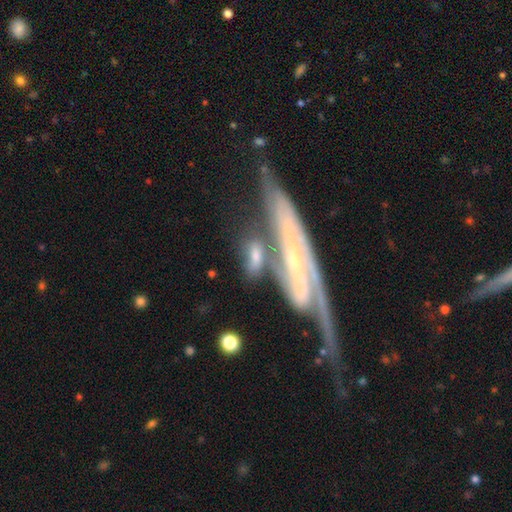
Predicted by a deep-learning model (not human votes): A smooth galaxy with no disk features (50%) that is in between round and cigar-shaped (54%).

Vote fractions:
- Smooth or featured? smooth: 50% / featured or disk: 42% / star or artifact: 8%
- How rounded? in between: 54% / cigar-shaped: 34% / round: 12%
- Merging? none: 48% / merger: 25% / minor disturbance: 18% / major disturbance: 9%